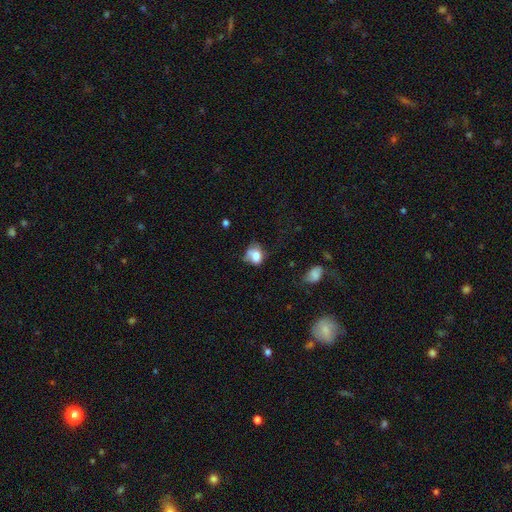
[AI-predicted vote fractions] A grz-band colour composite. It shows a smooth galaxy with no disk features (70%) that is in between round and cigar-shaped (54%). Merging: none (33%).